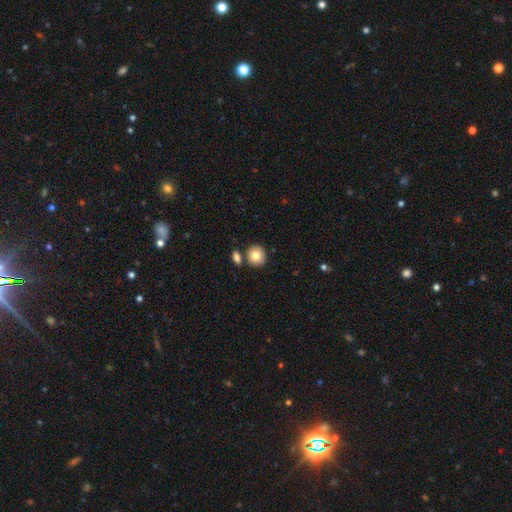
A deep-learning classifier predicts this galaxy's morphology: Smooth or featured: smooth — 81% (featured or disk — 11%)
How rounded: round — 83% (in between — 16%)
Merging: none — 74% (merger — 14%)